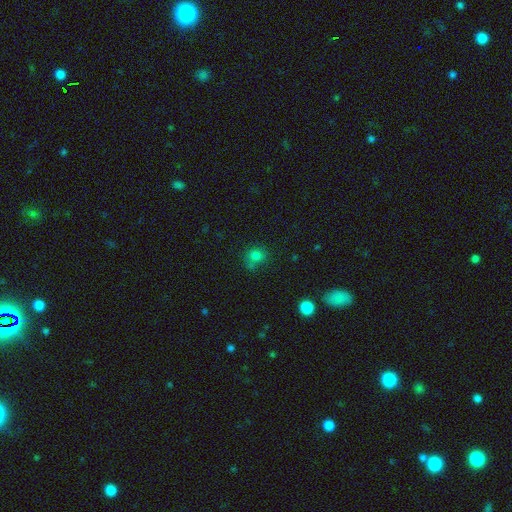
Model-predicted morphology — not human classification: type=smooth (77%); roundness=round (78%); merging=none (60%).